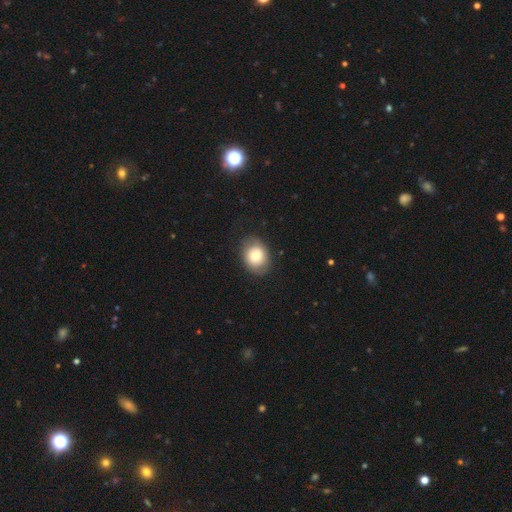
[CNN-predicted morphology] Smooth or featured?
  - smooth: 76% *
  - featured or disk: 16%
  - star or artifact: 8%
How rounded?
  - in between: 52% *
  - round: 47%
  - cigar-shaped: 1%
Merging?
  - none: 82% *
  - minor disturbance: 13%
  - major disturbance: 4%
  - merger: 1%